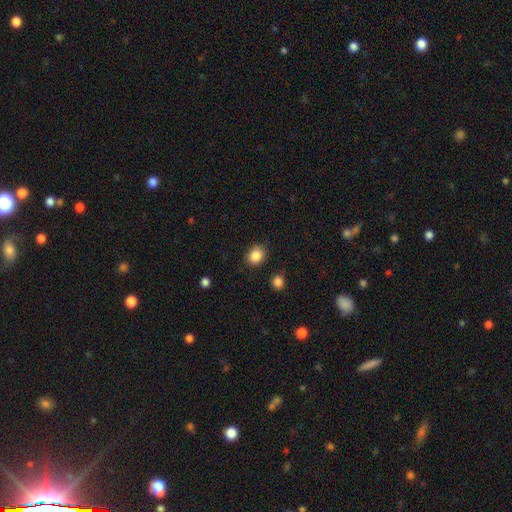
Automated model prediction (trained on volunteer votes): A smooth galaxy with no disk features (86%) that is round (59%). Merging: none (85%).